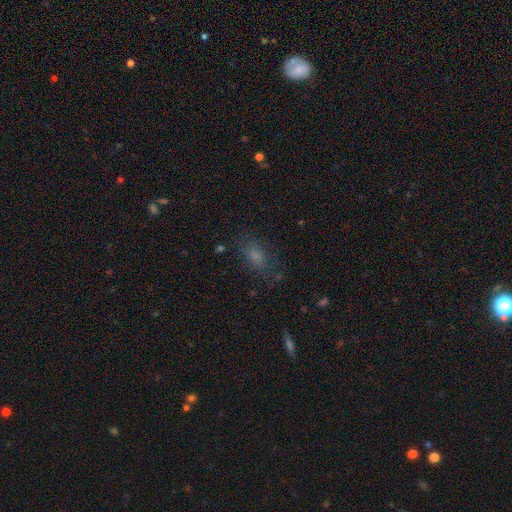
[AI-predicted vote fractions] smooth_or_featured: smooth (p=0.64) [alt: star or artifact p=0.19]
how_rounded: in between (p=0.79) [alt: round p=0.13]
merging: none (p=0.73) [alt: minor disturbance p=0.16]